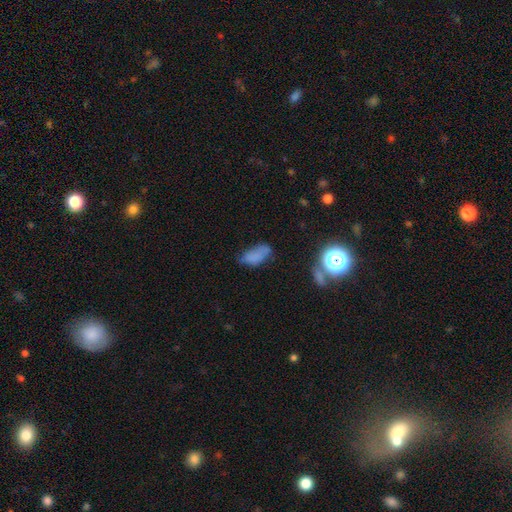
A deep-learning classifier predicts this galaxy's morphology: Smooth or featured? smooth (72%)
How rounded? in between (86%)
Merging? none (44%)